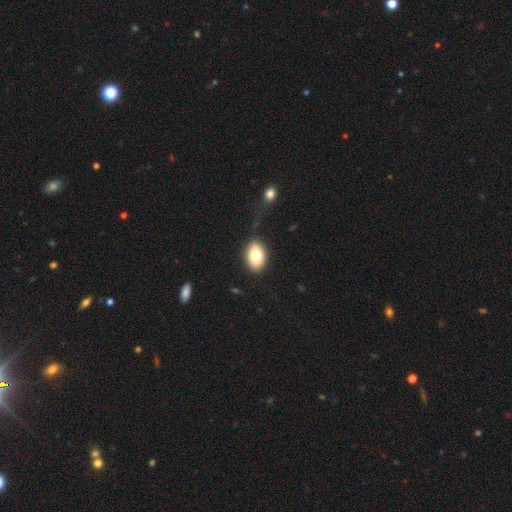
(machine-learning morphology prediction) smooth 78%, featured or disk 15%, star or artifact 7%. Down the decision tree: how rounded — in between (86%); merging — none (78%).